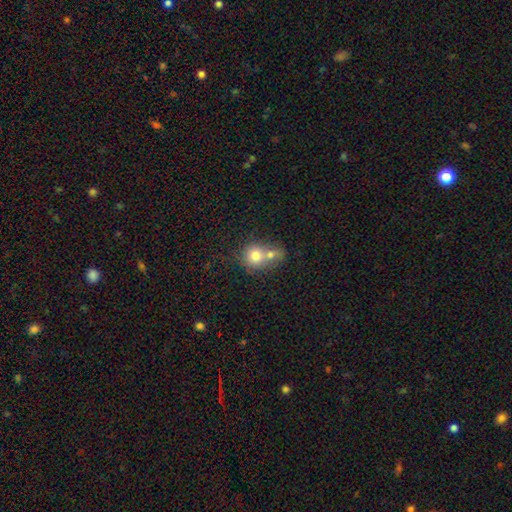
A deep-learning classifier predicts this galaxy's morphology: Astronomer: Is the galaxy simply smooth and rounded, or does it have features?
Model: smooth — 74%.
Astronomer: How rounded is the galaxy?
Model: round — 77%.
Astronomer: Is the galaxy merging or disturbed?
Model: merger — 66%.